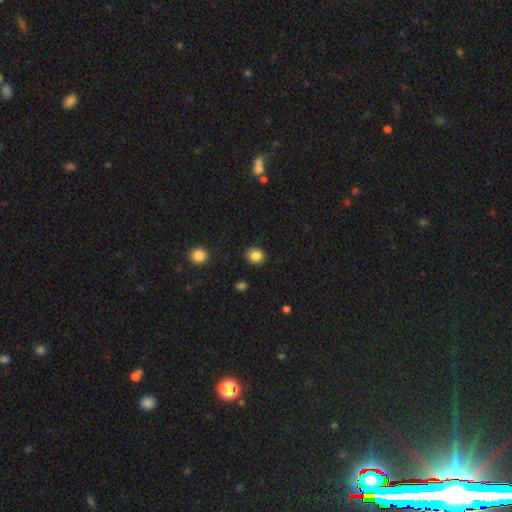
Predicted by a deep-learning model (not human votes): A smooth galaxy with no disk features (85%) that is round (85%). Merging: none (87%).